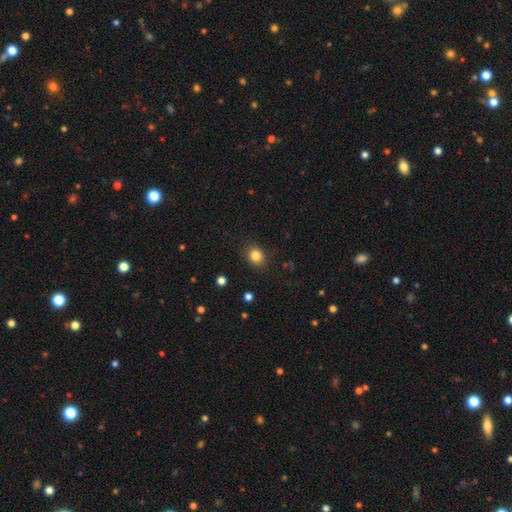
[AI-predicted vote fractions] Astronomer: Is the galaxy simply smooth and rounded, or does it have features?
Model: smooth — 83%.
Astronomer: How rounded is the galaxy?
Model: round — 68%.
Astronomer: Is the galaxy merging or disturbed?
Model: none — 87%.